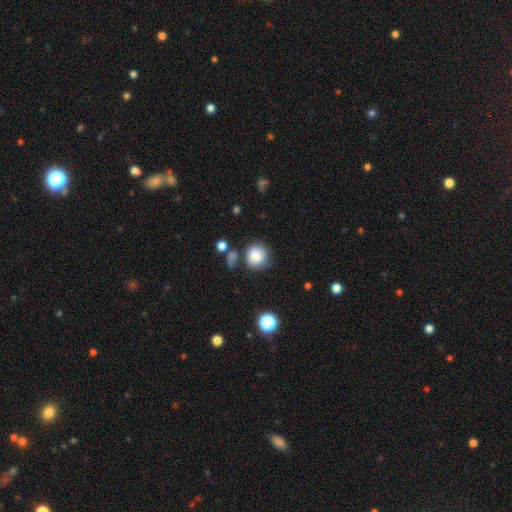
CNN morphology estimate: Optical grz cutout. It shows a smooth galaxy with no disk features (83%) that is round (88%). Merging: none (70%).